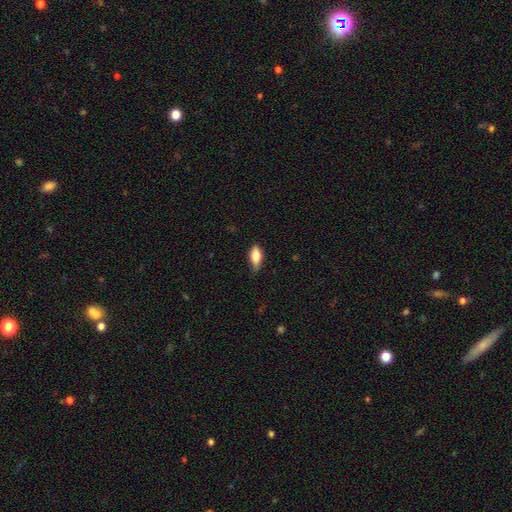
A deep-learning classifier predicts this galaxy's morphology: Q: Smooth or featured?
A: smooth (80%); runner-up: featured or disk (14%)
Q: How rounded?
A: in between (85%); runner-up: cigar-shaped (12%)
Q: Merging?
A: none (61%); runner-up: minor disturbance (32%)